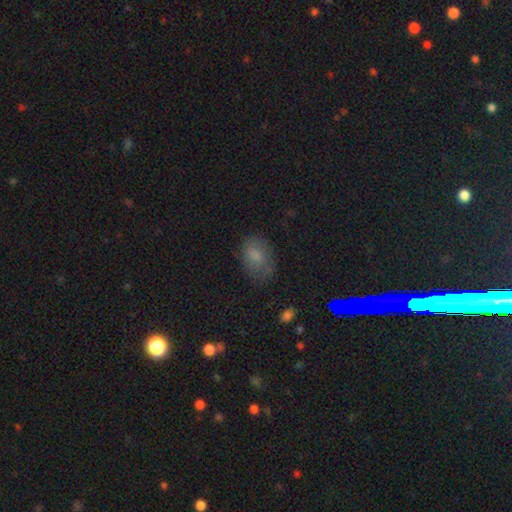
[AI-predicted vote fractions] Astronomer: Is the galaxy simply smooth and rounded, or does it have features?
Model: smooth — 74%.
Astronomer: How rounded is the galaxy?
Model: in between — 80%.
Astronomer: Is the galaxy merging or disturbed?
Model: none — 64%.